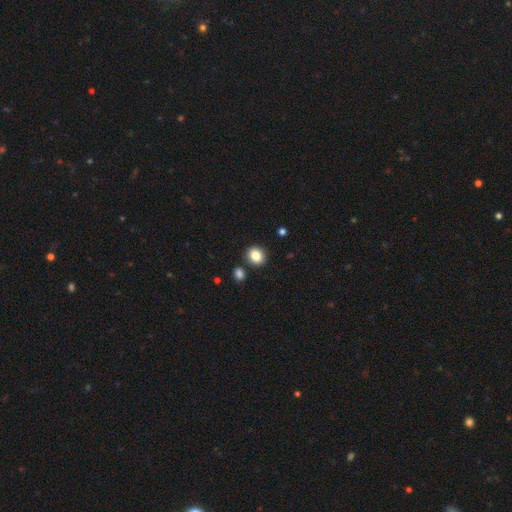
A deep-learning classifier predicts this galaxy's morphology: Q: Smooth or featured?
A: smooth (85%); runner-up: star or artifact (10%)
Q: How rounded?
A: round (73%); runner-up: in between (26%)
Q: Merging?
A: none (83%); runner-up: minor disturbance (8%)